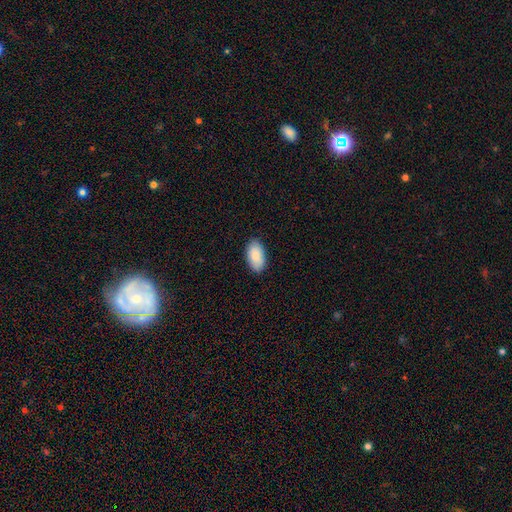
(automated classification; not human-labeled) Morphology: type=smooth (87%); roundness=in between (95%); merging=none (88%).